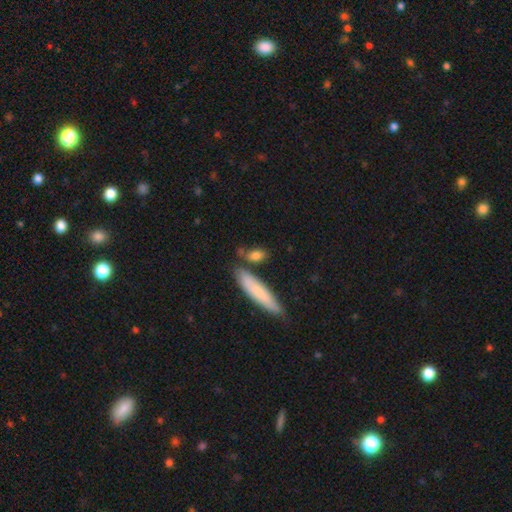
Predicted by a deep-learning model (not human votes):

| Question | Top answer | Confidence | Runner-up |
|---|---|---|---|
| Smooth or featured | smooth | 80% | featured or disk (13%) |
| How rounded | in between | 58% | cigar-shaped (35%) |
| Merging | none | 64% | minor disturbance (16%) |